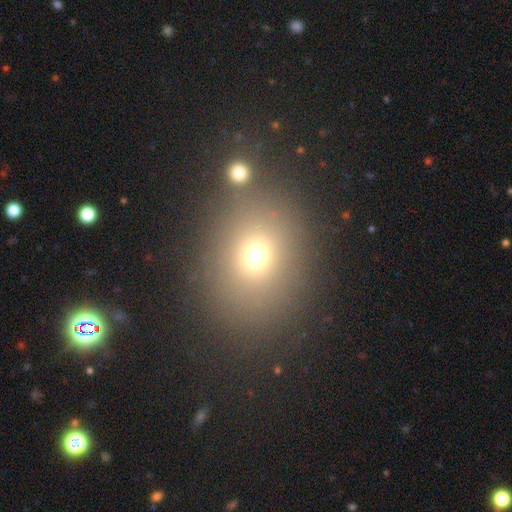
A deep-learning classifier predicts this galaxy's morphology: Q: Smooth or featured?
A: smooth (68%); runner-up: star or artifact (20%)
Q: How rounded?
A: round (59%); runner-up: in between (39%)
Q: Merging?
A: none (74%); runner-up: minor disturbance (11%)